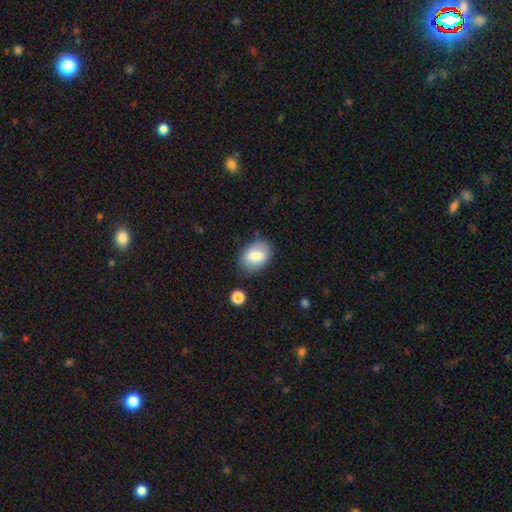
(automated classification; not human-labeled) Smooth or featured? Predicted: smooth (p=0.82). How rounded? Predicted: in between (p=0.78). Merging? Predicted: none (p=0.73).